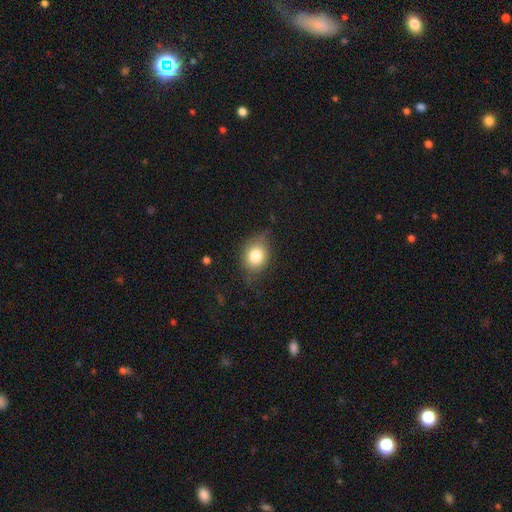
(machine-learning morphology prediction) smooth 78%, featured or disk 12%, star or artifact 10%. Down the decision tree: how rounded — in between (51%); merging — none (65%).